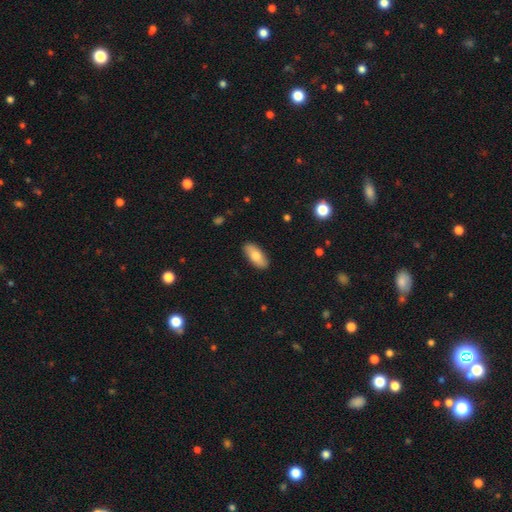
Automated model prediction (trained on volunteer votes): smooth-or-featured: smooth: 76% | featured or disk: 18% | star or artifact: 6%
  how-rounded: in between: 83% | cigar-shaped: 14% | round: 2%
  merging: none: 88% | minor disturbance: 10% | major disturbance: 2% | merger: 1%